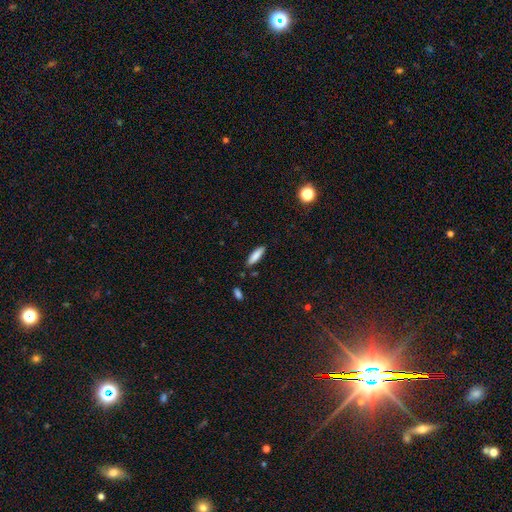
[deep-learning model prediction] A smooth galaxy with no disk features (84%) that is cigar-shaped (64%). Merging: none (86%).